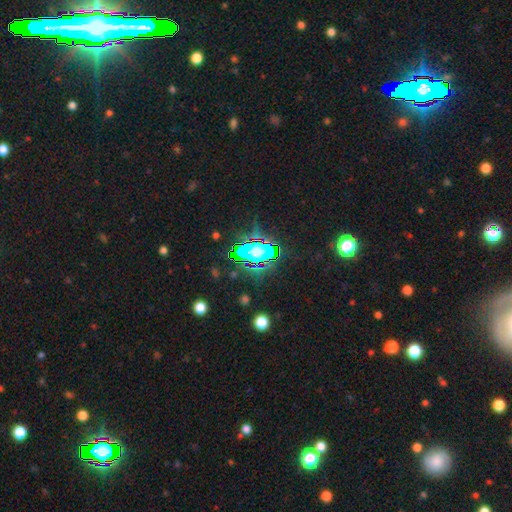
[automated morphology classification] A star or artifact, not a galaxy (64%).